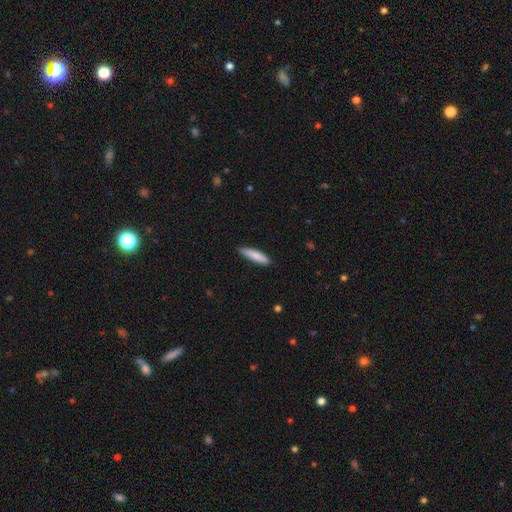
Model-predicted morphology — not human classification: A smooth galaxy with no disk features (85%) that is cigar-shaped (78%).

Vote fractions:
- Smooth or featured? smooth: 85% / featured or disk: 10% / star or artifact: 6%
- How rounded? cigar-shaped: 78% / in between: 20% / round: 1%
- Merging? none: 85% / minor disturbance: 12% / major disturbance: 2% / merger: 1%